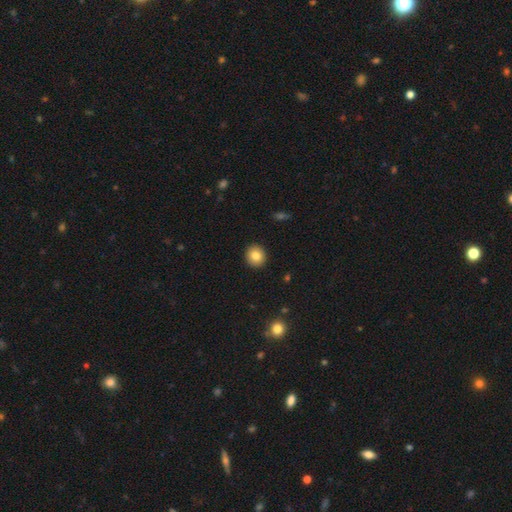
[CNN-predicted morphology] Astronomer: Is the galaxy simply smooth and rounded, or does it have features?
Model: smooth — 83%.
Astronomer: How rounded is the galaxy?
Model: round — 88%.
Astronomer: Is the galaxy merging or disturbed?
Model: none — 92%.